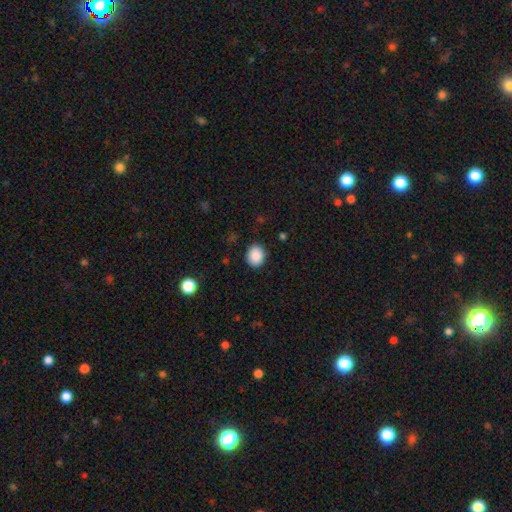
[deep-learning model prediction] This is clearly a smooth galaxy (89%). How rounded: likely round (60%). Merging: clearly none (89%).